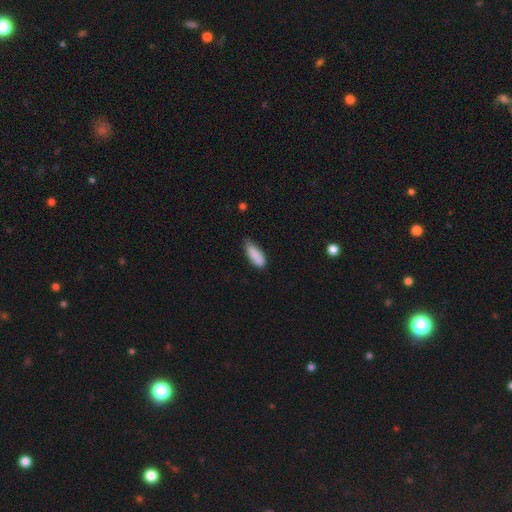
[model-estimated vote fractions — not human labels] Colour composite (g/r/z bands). It shows a smooth galaxy with no disk features (88%) that is in between round and cigar-shaped (71%). Merging: none (59%).